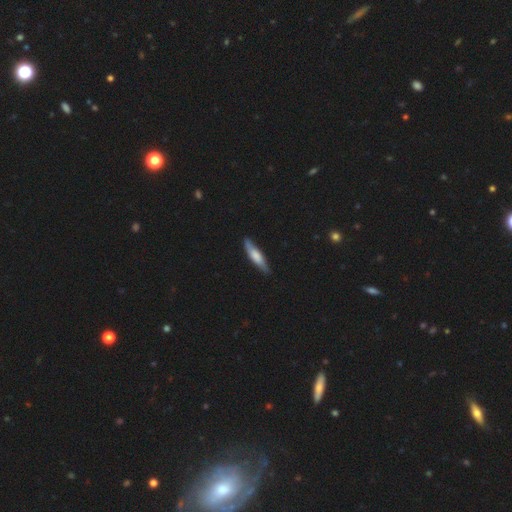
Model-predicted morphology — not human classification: Smooth or featured?
  - smooth: 58% *
  - featured or disk: 37%
  - star or artifact: 5%
How rounded?
  - cigar-shaped: 78% *
  - in between: 20%
  - round: 2%
Merging?
  - none: 81% *
  - minor disturbance: 15%
  - major disturbance: 2%
  - merger: 1%